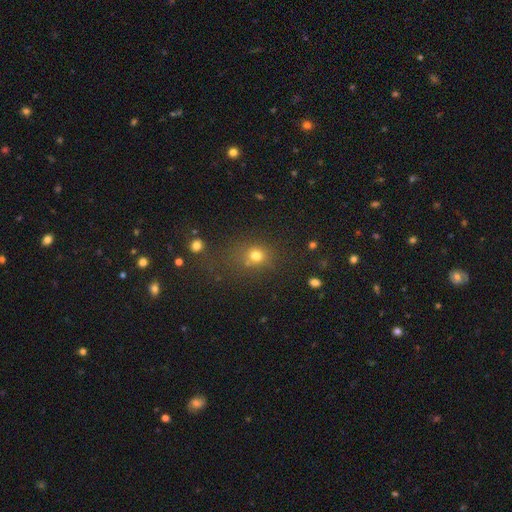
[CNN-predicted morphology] smooth 71%, star or artifact 20%, featured or disk 9%. Down the decision tree: how rounded — round (74%); merging — none (63%).